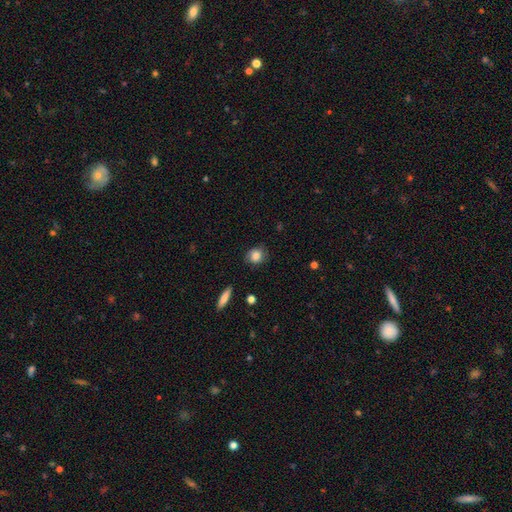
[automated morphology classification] This is likely a smooth galaxy (79%). How rounded: likely round (74%). Merging: likely none (77%).